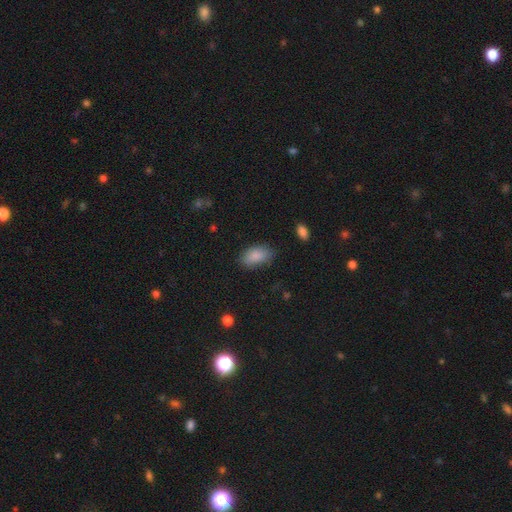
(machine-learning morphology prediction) smooth 87%, star or artifact 7%, featured or disk 5%. Down the decision tree: how rounded — in between (93%); merging — none (78%).